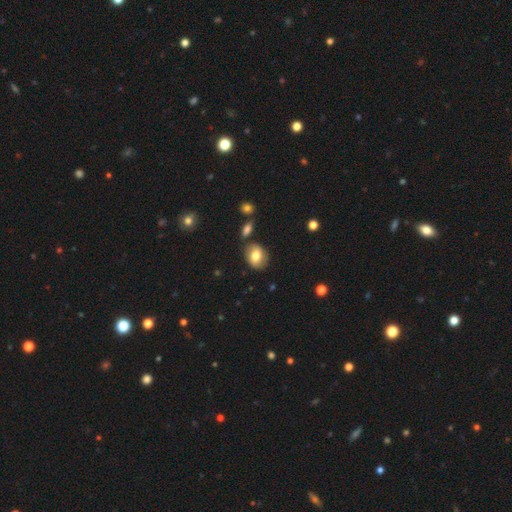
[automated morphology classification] smooth_or_featured: smooth (p=0.73) [alt: featured or disk p=0.19]
how_rounded: in between (p=0.57) [alt: round p=0.41]
merging: none (p=0.76) [alt: minor disturbance p=0.14]